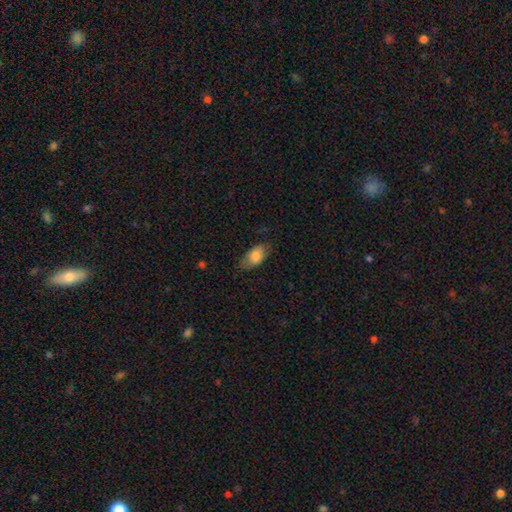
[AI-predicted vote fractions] Smooth or featured? Predicted: smooth (p=0.79). How rounded? Predicted: in between (p=0.91). Merging? Predicted: none (p=0.71).